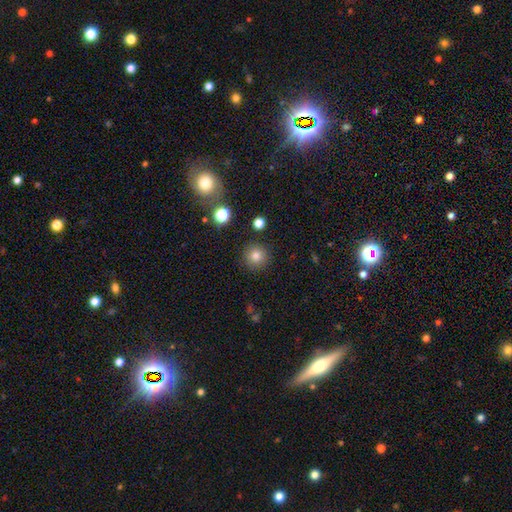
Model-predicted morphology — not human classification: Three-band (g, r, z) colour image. It shows a smooth galaxy with no disk features (82%) that is round (94%). Merging: none (89%).